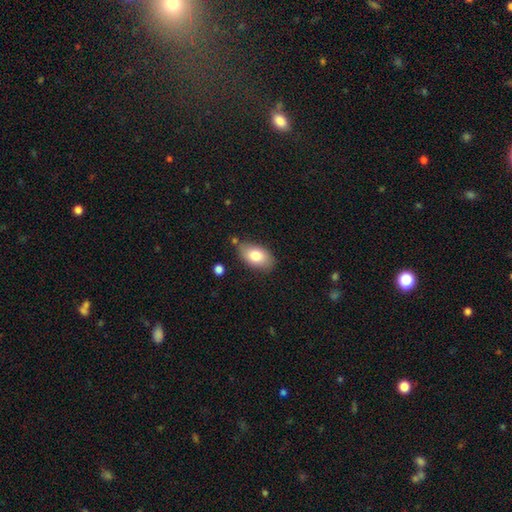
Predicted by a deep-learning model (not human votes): smooth-or-featured: smooth: 80% | featured or disk: 14% | star or artifact: 7%
  how-rounded: in between: 92% | round: 6% | cigar-shaped: 2%
  merging: none: 75% | minor disturbance: 17% | merger: 4% | major disturbance: 3%